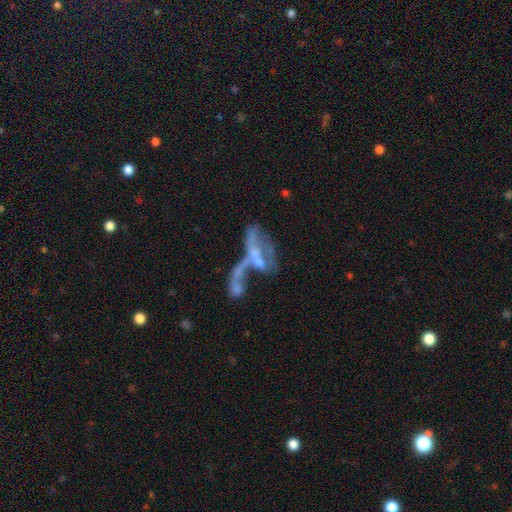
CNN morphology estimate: type=featured or disk (63%); edge-on=no (92%); bar=no (75%); spiral arms=no (73%); bulge=none (49%); merging=merger (50%).